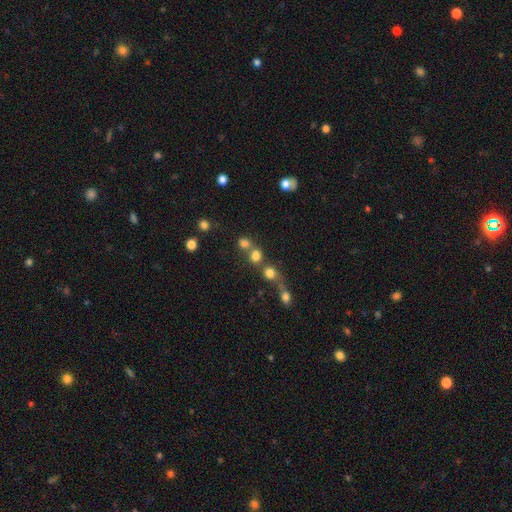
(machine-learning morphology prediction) Smooth or featured: smooth — 73% (star or artifact — 18%)
How rounded: round — 80% (in between — 19%)
Merging: none — 48% (merger — 39%)